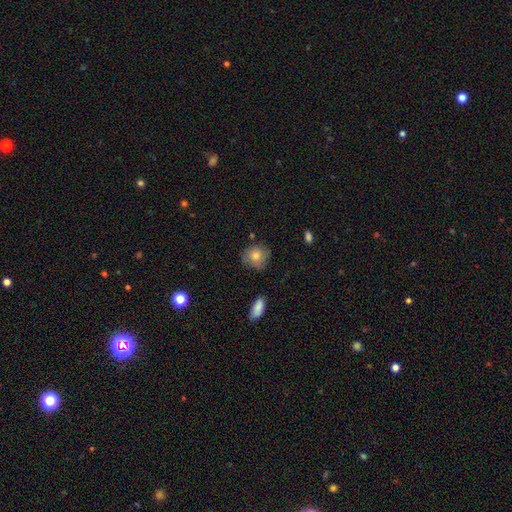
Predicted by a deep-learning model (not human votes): Smooth or featured?
  - smooth: 74% *
  - featured or disk: 17%
  - star or artifact: 9%
How rounded?
  - round: 81% *
  - in between: 18%
  - cigar-shaped: 1%
Merging?
  - none: 73% *
  - minor disturbance: 20%
  - major disturbance: 5%
  - merger: 2%